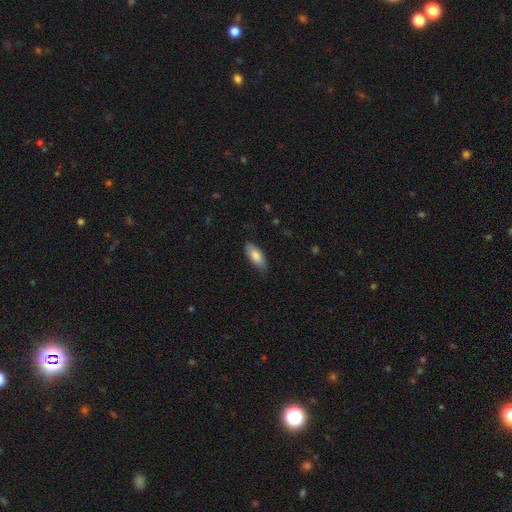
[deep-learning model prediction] smooth-or-featured: smooth: 82% | featured or disk: 12% | star or artifact: 6%
  how-rounded: in between: 85% | cigar-shaped: 13% | round: 2%
  merging: none: 76% | minor disturbance: 20% | major disturbance: 3% | merger: 1%